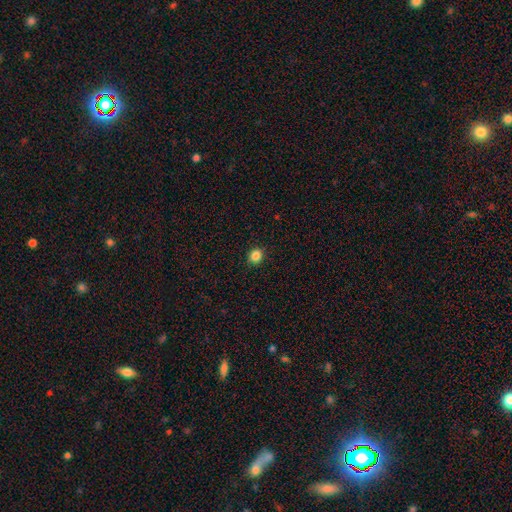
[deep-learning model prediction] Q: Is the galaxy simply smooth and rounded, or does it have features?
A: smooth — 85%.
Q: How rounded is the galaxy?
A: round — 84%.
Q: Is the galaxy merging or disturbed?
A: none — 91%.